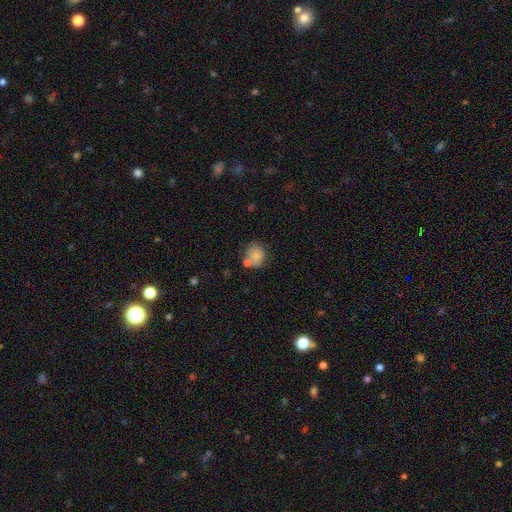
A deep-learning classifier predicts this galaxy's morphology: type=smooth (82%); roundness=round (73%); merging=none (60%).